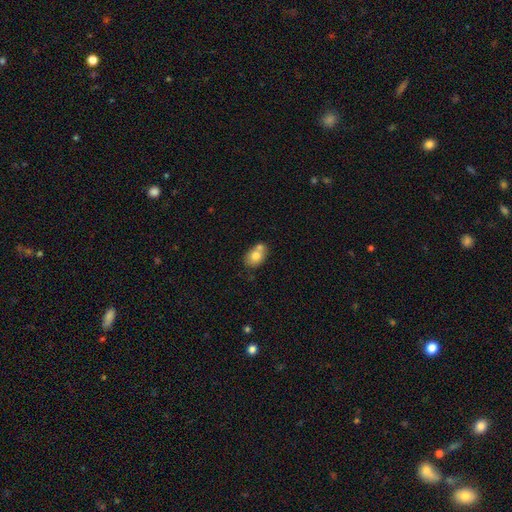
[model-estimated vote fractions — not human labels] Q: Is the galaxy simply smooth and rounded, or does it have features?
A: smooth — 73%.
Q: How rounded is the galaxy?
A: in between — 70%.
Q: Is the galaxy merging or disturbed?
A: none — 45%.